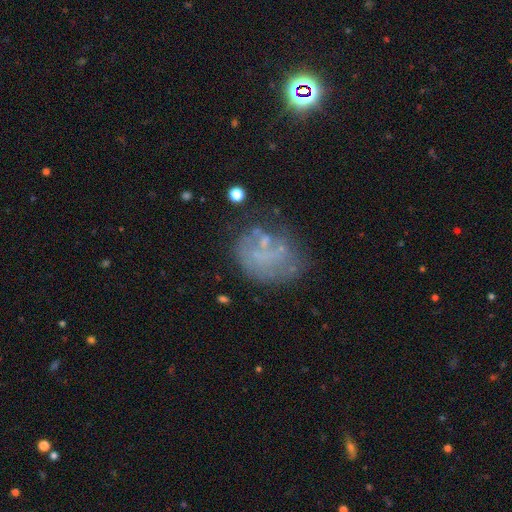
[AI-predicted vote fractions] Overall: featured or disk (49%; smooth 37%). Merging: none (46%; major disturbance 24%).